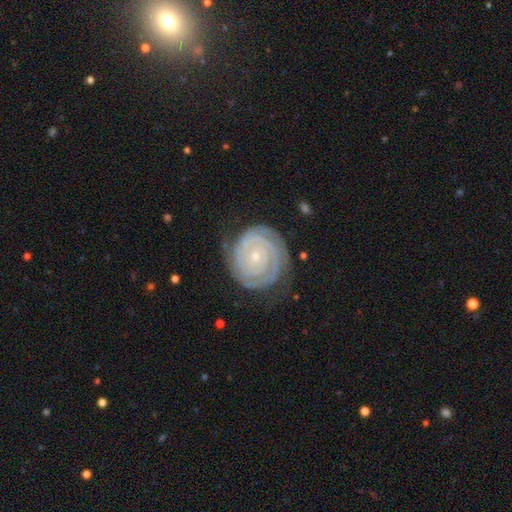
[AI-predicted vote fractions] A featured or disk galaxy (90%) with no bar (77%), 2 (45%) tight (90%) spiral arms (98%) and a small central bulge (82%).

Vote fractions:
- Smooth or featured? featured or disk: 90% / star or artifact: 5% / smooth: 5%
- Edge-on disk? no: 98% / yes: 2%
- Bar? no: 77% / weak: 16% / strong: 7%
- Spiral arms? yes: 98% / no: 2%
- Spiral winding? tight: 90% / medium: 8% / loose: 2%
- Spiral arm count? 2: 45% / 3: 19% / can't tell: 14% / 4: 9% / more than 4: 6% / 1: 6%
- Bulge size? small: 82% / moderate: 14% / none: 2% / large: 1% / dominant: 1%
- Merging? none: 80% / minor disturbance: 15% / major disturbance: 4% / merger: 1%